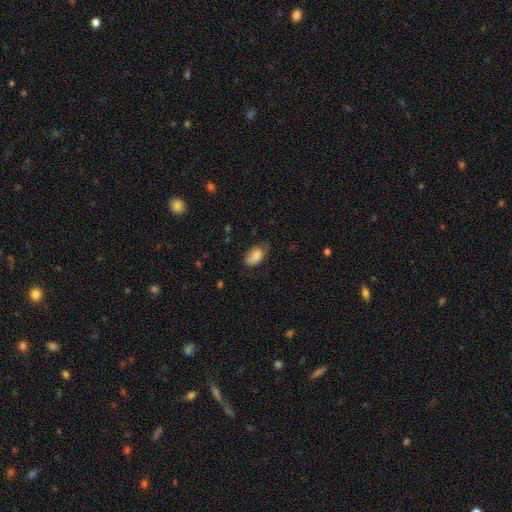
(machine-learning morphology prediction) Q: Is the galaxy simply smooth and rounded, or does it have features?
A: smooth — 83%.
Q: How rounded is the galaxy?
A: in between — 93%.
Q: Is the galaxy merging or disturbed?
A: none — 58%.